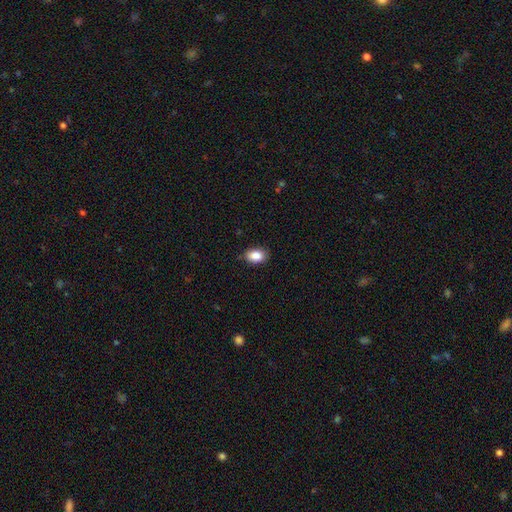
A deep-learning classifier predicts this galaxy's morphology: smooth_or_featured: smooth (p=0.88) [alt: star or artifact p=0.08]
how_rounded: in between (p=0.83) [alt: round p=0.16]
merging: none (p=0.83) [alt: minor disturbance p=0.14]